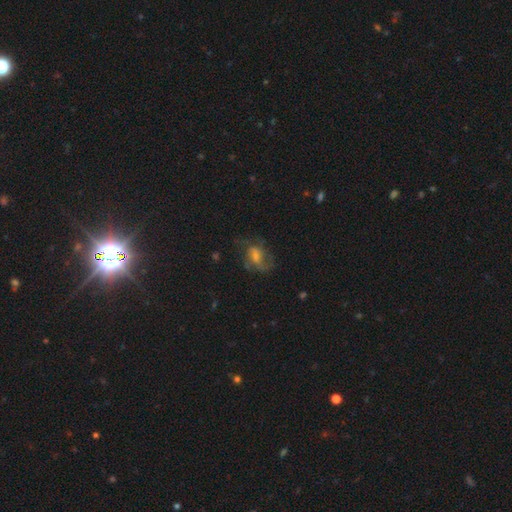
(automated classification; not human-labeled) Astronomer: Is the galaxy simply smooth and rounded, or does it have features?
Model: featured or disk — 52% (runner-up: smooth, 37%).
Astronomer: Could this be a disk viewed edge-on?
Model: no — 97%.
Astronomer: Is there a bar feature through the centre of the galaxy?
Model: no — 47% (runner-up: weak, 42%).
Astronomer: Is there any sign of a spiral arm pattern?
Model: yes — 73%.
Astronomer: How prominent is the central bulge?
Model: small — 43% (runner-up: moderate, 35%).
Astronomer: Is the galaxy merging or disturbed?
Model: none — 47% (runner-up: major disturbance, 28%).